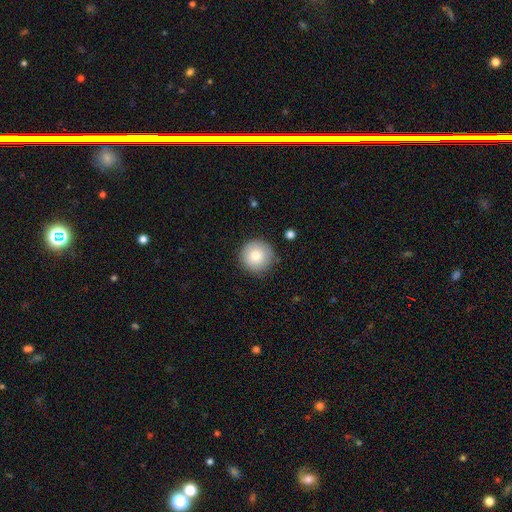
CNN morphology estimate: smooth-or-featured: smooth: 81% | featured or disk: 11% | star or artifact: 8%
  how-rounded: round: 96% | in between: 3% | cigar-shaped: 1%
  merging: none: 87% | minor disturbance: 9% | major disturbance: 2% | merger: 2%